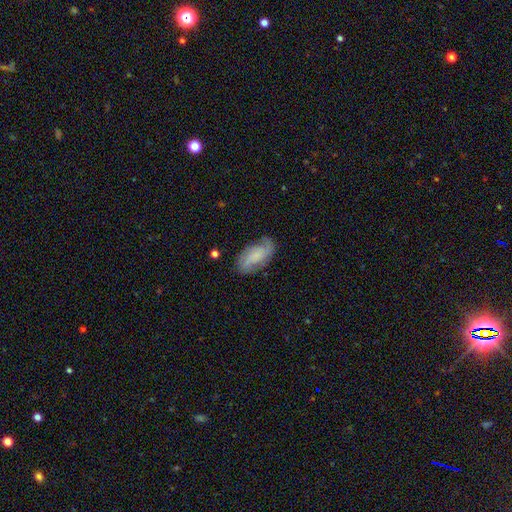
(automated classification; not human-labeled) Smooth or featured? featured or disk (48%)
Merging? none (65%)